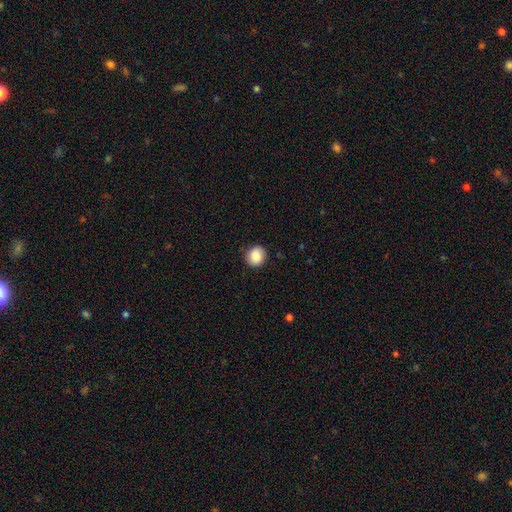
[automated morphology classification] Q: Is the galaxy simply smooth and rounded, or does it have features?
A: smooth — 87%.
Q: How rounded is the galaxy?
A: round — 83%.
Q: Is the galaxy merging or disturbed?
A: none — 88%.